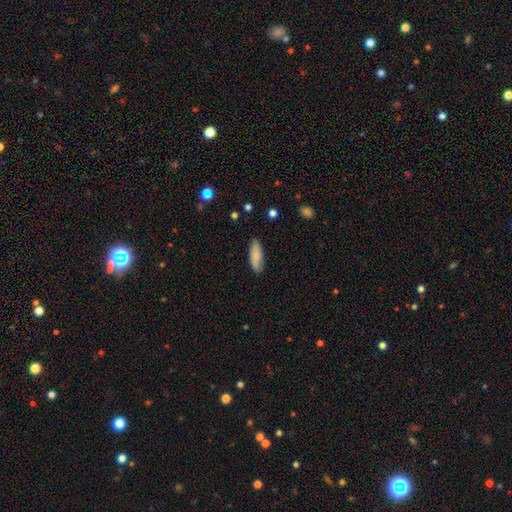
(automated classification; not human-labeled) Smooth or featured? smooth (83%)
How rounded? in between (66%)
Merging? none (81%)